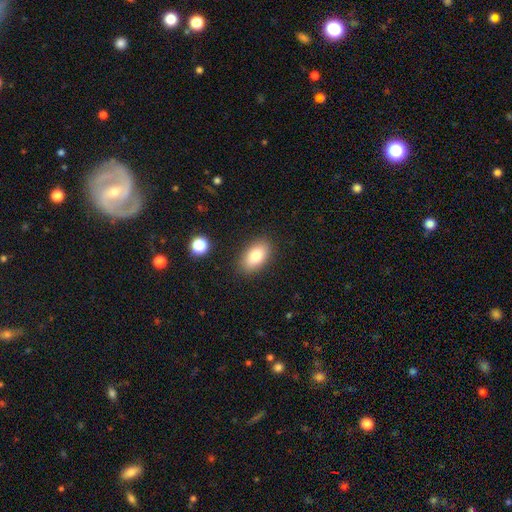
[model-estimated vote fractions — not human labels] A smooth galaxy with no disk features (79%) that is in between round and cigar-shaped (91%). Merging: none (87%).